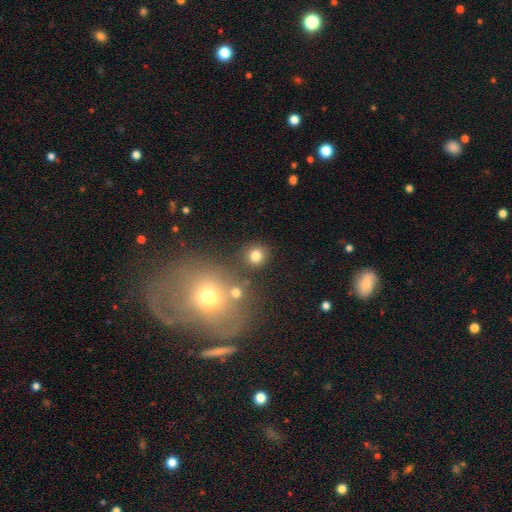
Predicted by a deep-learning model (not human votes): The model was most divided on "smooth or featured": smooth: 79%, star or artifact: 14%, featured or disk: 7%. More confident: how rounded — round (89%); merging — none (82%).